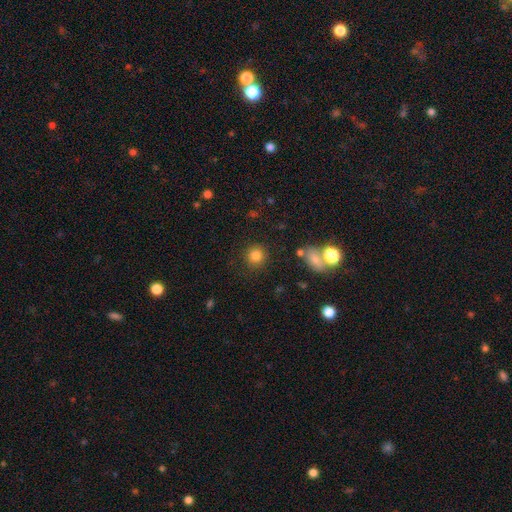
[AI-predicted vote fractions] Smooth or featured: smooth — 82% (star or artifact — 12%)
How rounded: round — 92% (in between — 7%)
Merging: none — 87% (minor disturbance — 7%)